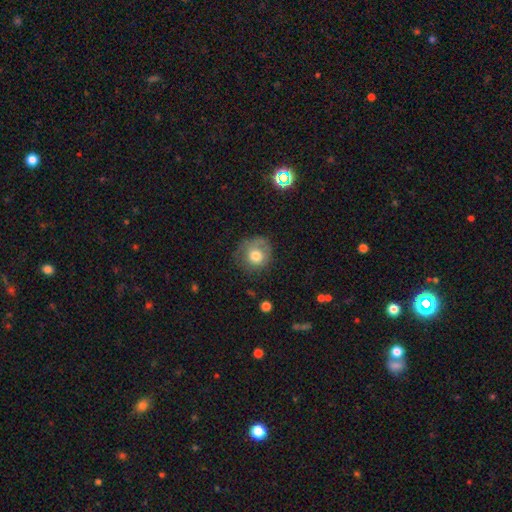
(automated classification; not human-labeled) smooth 70%, featured or disk 21%, star or artifact 9%. Down the decision tree: how rounded — round (87%); merging — none (59%).